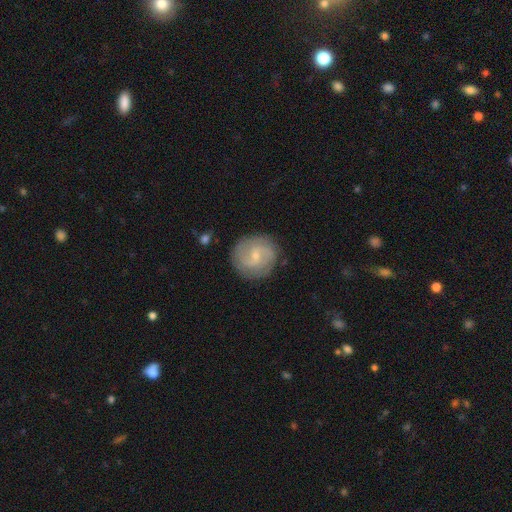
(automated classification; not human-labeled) The model was most divided on "spiral winding": medium: 44%, tight: 33%, loose: 22%. More confident: edge-on disk — no (98%); spiral arms — yes (90%); merging — none (83%); bulge size — small (68%); smooth or featured — featured or disk (66%); spiral arm count — 2 (66%); bar — weak (54%).